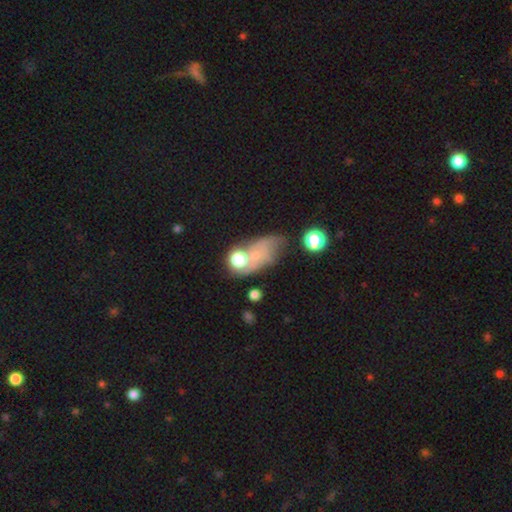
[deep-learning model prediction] Smooth or featured? smooth (50%)
How rounded? in between (74%)
Merging? none (37%)